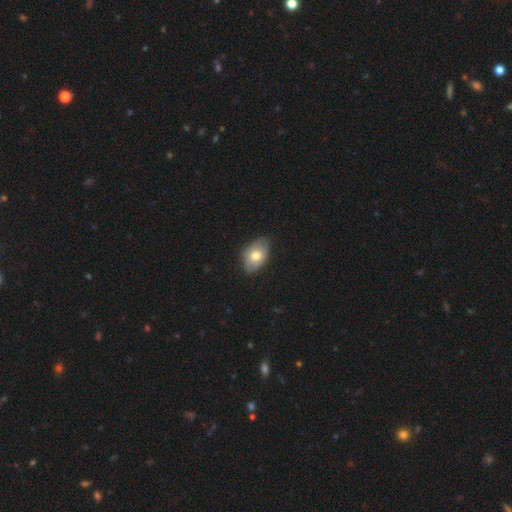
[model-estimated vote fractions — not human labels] smooth_or_featured: smooth (p=0.70) [alt: featured or disk p=0.23]
how_rounded: in between (p=0.87) [alt: round p=0.12]
merging: none (p=0.65) [alt: minor disturbance p=0.29]